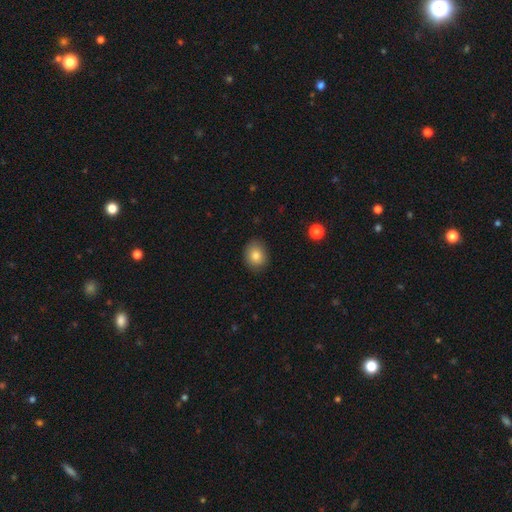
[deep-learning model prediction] Overall: smooth (82%). How rounded: round (61%; in between 38%). Merging: none (86%).